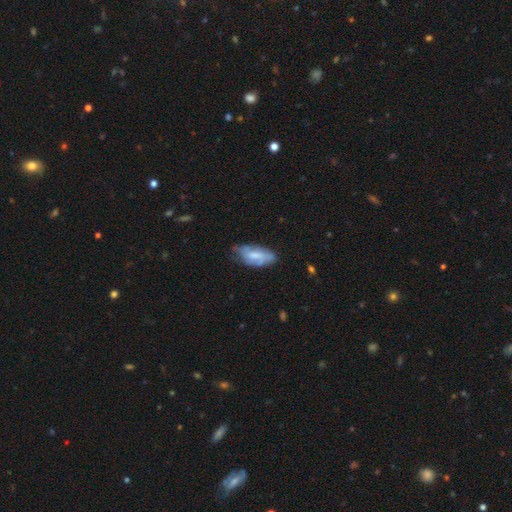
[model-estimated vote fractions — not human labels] Morphology: type=smooth (47%); merging=none (53%).